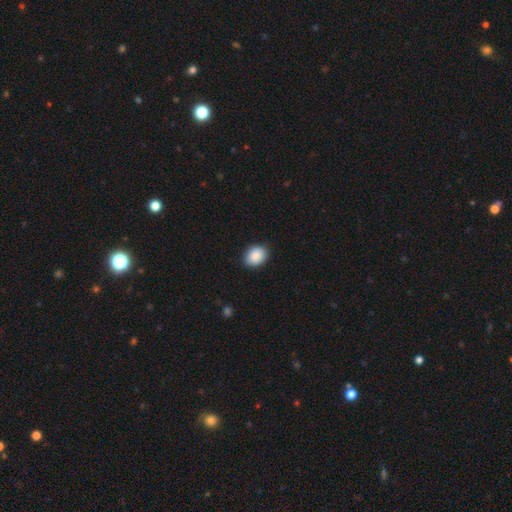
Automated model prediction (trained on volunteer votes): smooth_or_featured: smooth (p=0.89) [alt: star or artifact p=0.07]
how_rounded: in between (p=0.52) [alt: round p=0.47]
merging: none (p=0.86) [alt: minor disturbance p=0.11]